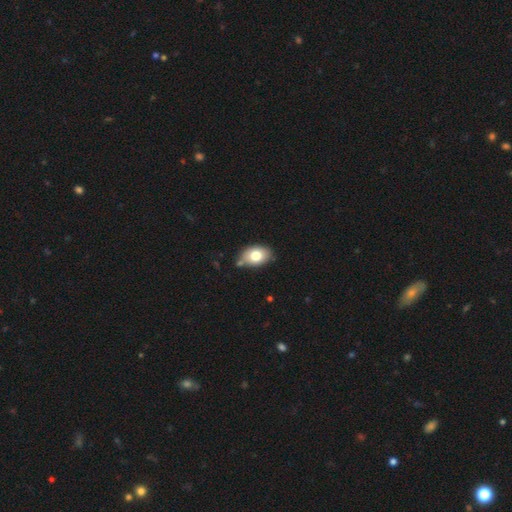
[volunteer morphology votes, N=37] Smooth or featured?
  - smooth: 76% *
  - featured or disk: 22%
  - star or artifact: 3%
How rounded?
  - in between: 89% *
  - round: 11%
  - cigar-shaped: 0%
Merging?
  - none: 67% *
  - minor disturbance: 22%
  - merger: 11%
  - major disturbance: 0%